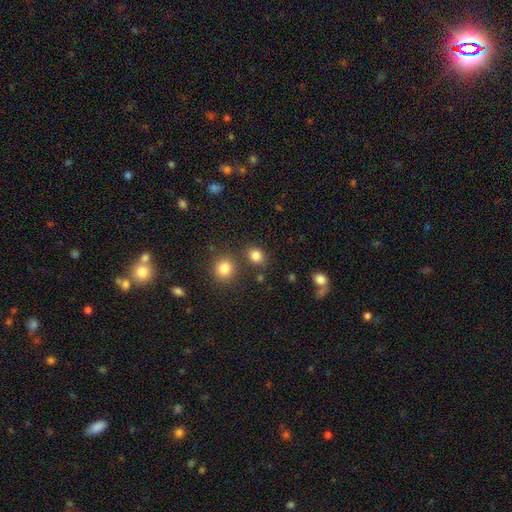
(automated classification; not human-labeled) smooth 83%, star or artifact 12%, featured or disk 5%. Down the decision tree: how rounded — round (66%); merging — none (76%).